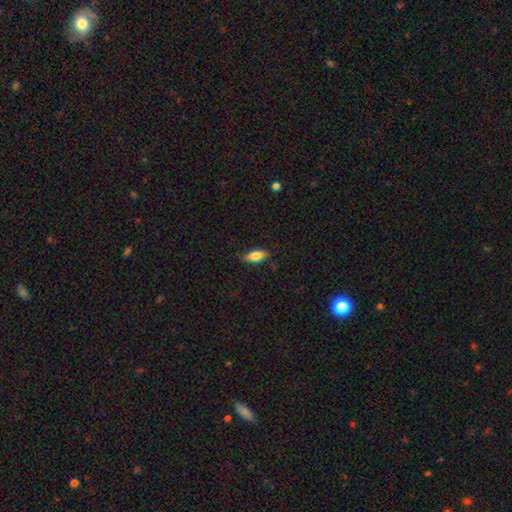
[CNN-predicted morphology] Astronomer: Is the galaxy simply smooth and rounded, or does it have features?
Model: smooth — 73%.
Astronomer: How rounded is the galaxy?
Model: in between — 78%.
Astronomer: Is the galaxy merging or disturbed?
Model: none — 80%.